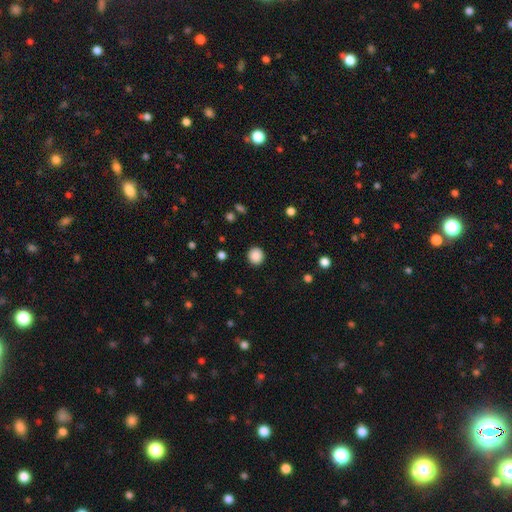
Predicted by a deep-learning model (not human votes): Smooth or featured: smooth — 88% (star or artifact — 9%)
How rounded: round — 91% (in between — 8%)
Merging: none — 92% (minor disturbance — 5%)